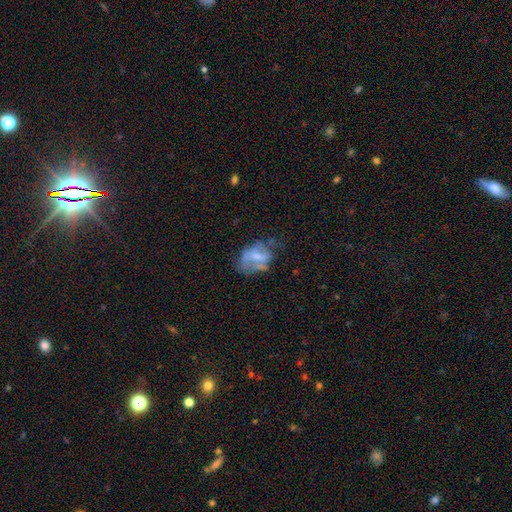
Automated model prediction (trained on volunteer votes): Smooth or featured: featured or disk — 49% (smooth — 41%)
Merging: none — 36% (major disturbance — 29%)